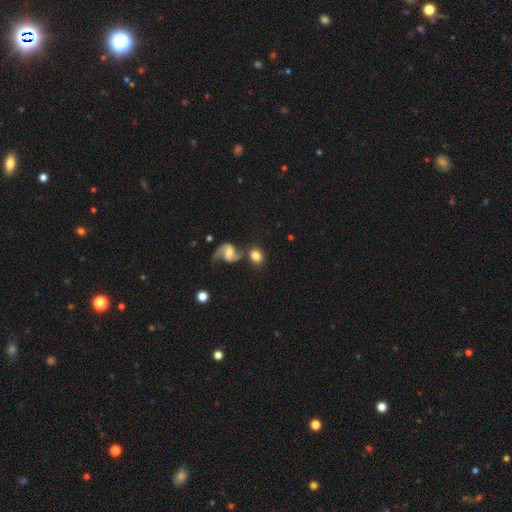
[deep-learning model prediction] smooth-or-featured: smooth: 64% | featured or disk: 28% | star or artifact: 8%
  how-rounded: round: 66% | in between: 33% | cigar-shaped: 2%
  merging: none: 58% | merger: 23% | minor disturbance: 13% | major disturbance: 7%